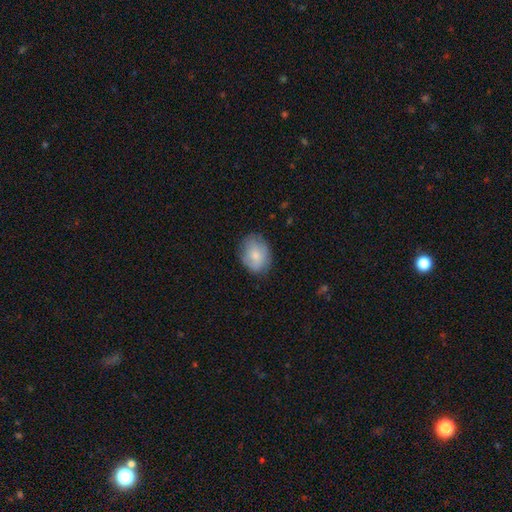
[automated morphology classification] smooth 77%, featured or disk 16%, star or artifact 7%. Down the decision tree: how rounded — in between (68%); merging — none (74%).